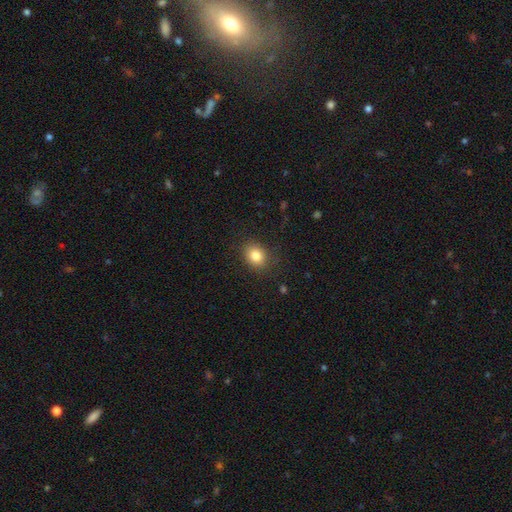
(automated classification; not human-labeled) This is clearly a smooth galaxy (83%). How rounded: possibly round (52%). Merging: clearly none (86%).